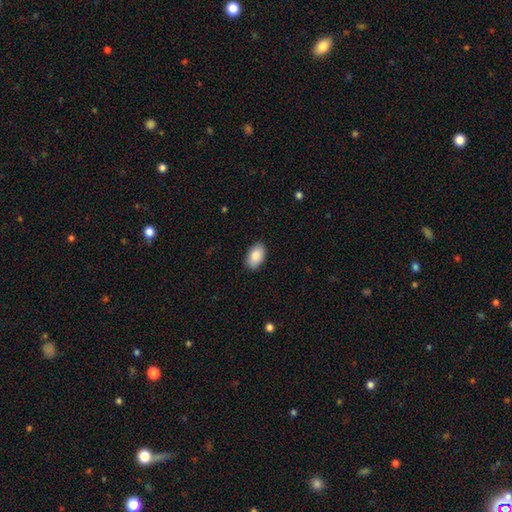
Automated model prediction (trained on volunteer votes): smooth_or_featured: smooth (p=0.89) [alt: star or artifact p=0.06]
how_rounded: in between (p=0.94) [alt: round p=0.05]
merging: none (p=0.88) [alt: minor disturbance p=0.09]